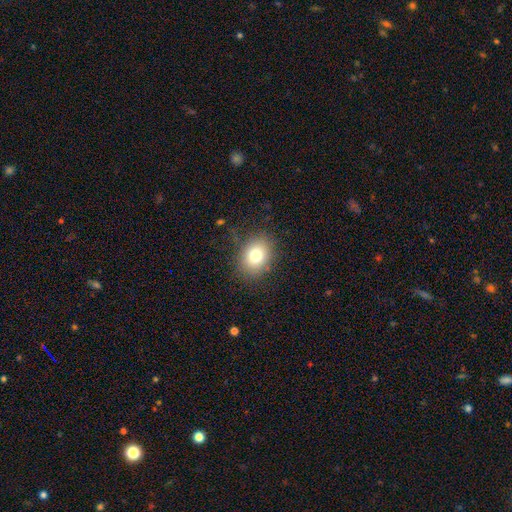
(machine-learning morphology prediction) A smooth galaxy with no disk features (78%) that is in between round and cigar-shaped (58%).

Vote fractions:
- Smooth or featured? smooth: 78% / star or artifact: 11% / featured or disk: 11%
- How rounded? in between: 58% / round: 41% / cigar-shaped: 1%
- Merging? none: 83% / minor disturbance: 12% / major disturbance: 4% / merger: 1%